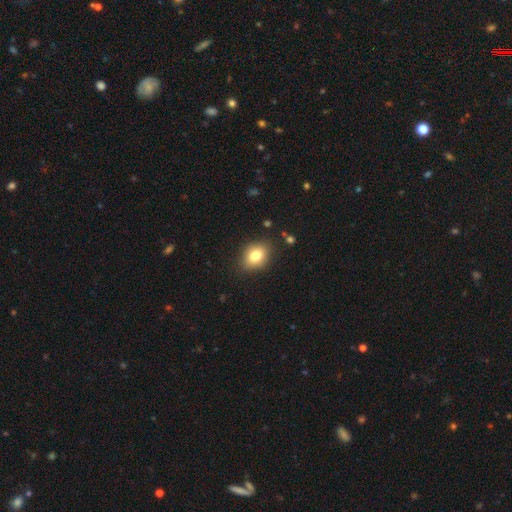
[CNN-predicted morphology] smooth_or_featured: smooth (p=0.80) [alt: featured or disk p=0.11]
how_rounded: in between (p=0.62) [alt: round p=0.37]
merging: none (p=0.84) [alt: minor disturbance p=0.12]